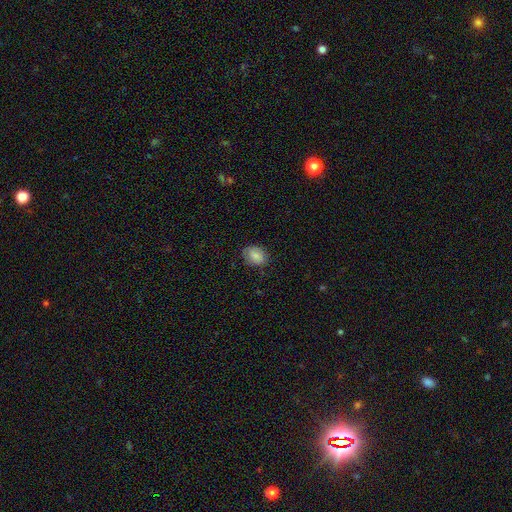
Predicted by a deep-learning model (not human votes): Smooth or featured? Predicted: smooth (p=0.85). How rounded? Predicted: in between (p=0.60). Merging? Predicted: none (p=0.79).